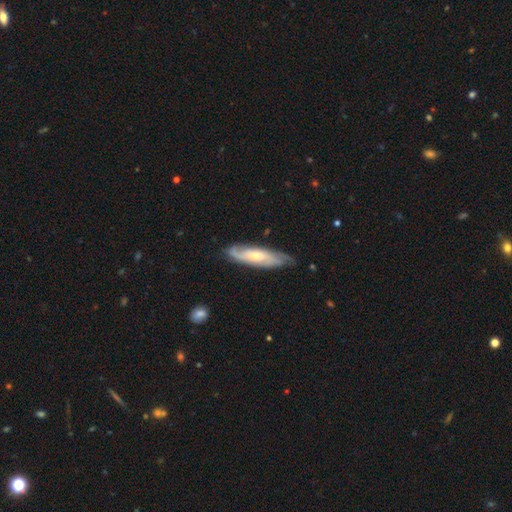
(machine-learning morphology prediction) smooth_or_featured: featured or disk (p=0.69) [alt: smooth p=0.25]
disk_edge_on: no (p=0.72) [alt: yes p=0.28]
bar: no (p=0.61) [alt: weak p=0.31]
has_spiral_arms: yes (p=0.91) [alt: no p=0.09]
bulge_size: small (p=0.55) [alt: moderate p=0.38]
merging: none (p=0.73) [alt: minor disturbance p=0.20]